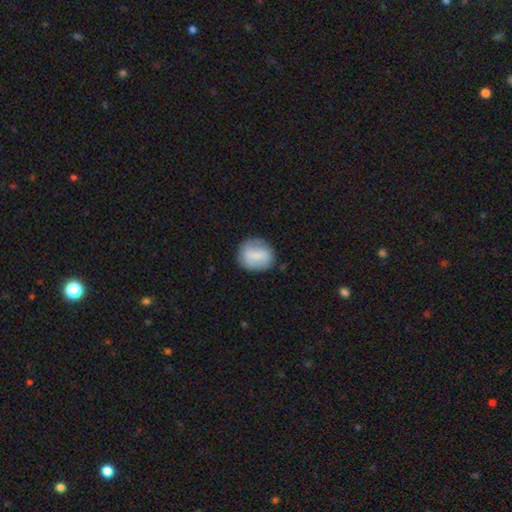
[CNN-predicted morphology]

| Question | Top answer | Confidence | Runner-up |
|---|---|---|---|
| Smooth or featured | smooth | 65% | featured or disk (28%) |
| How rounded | round | 71% | in between (28%) |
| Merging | none | 77% | minor disturbance (16%) |